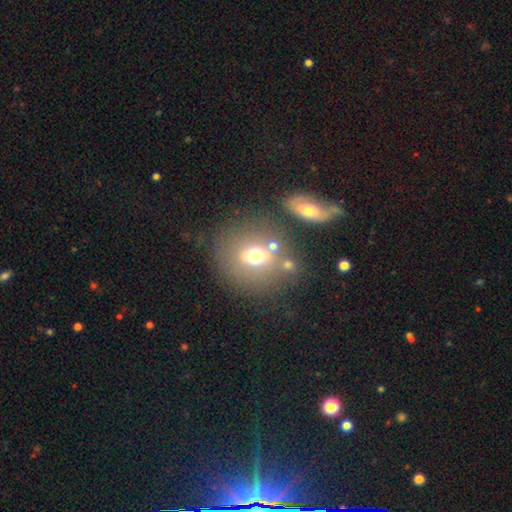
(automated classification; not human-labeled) Smooth or featured: smooth — 63% (featured or disk — 23%)
How rounded: round — 78% (in between — 21%)
Merging: none — 64% (merger — 16%)